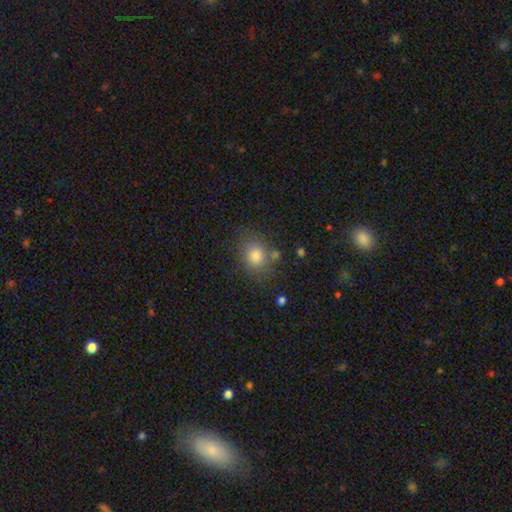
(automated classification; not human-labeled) Smooth or featured? smooth (80%)
How rounded? round (57%)
Merging? none (75%)